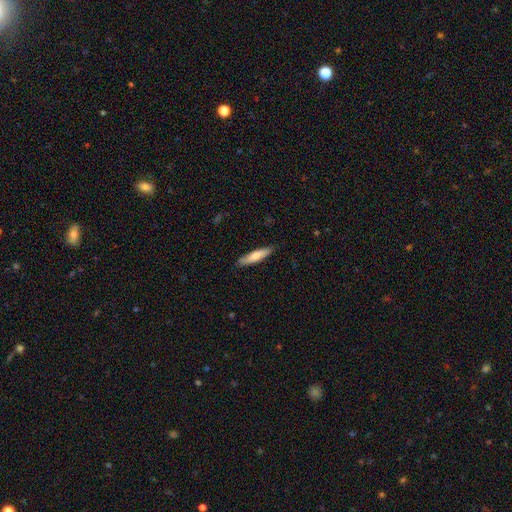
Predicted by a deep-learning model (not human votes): Smooth or featured?
  - smooth: 73% *
  - featured or disk: 22%
  - star or artifact: 5%
How rounded?
  - cigar-shaped: 80% *
  - in between: 19%
  - round: 1%
Merging?
  - none: 86% *
  - minor disturbance: 11%
  - major disturbance: 2%
  - merger: 1%